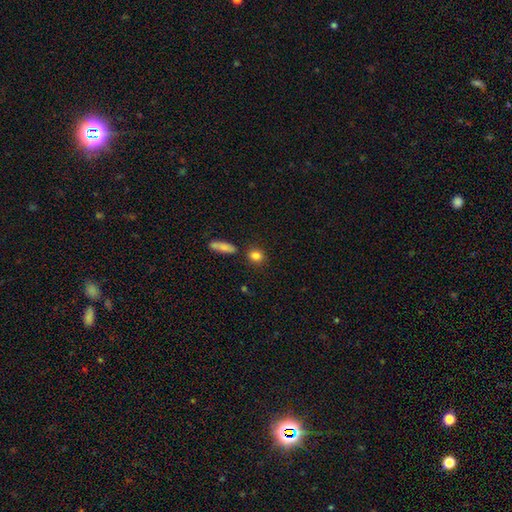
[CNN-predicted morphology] Smooth or featured: smooth — 84% (star or artifact — 10%)
How rounded: round — 65% (in between — 31%)
Merging: none — 79% (minor disturbance — 11%)